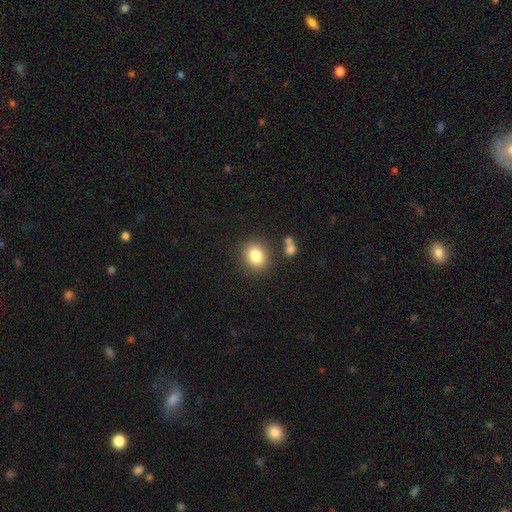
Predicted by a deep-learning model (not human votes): This is clearly a smooth galaxy (83%). How rounded: likely round (63%). Merging: clearly none (81%).